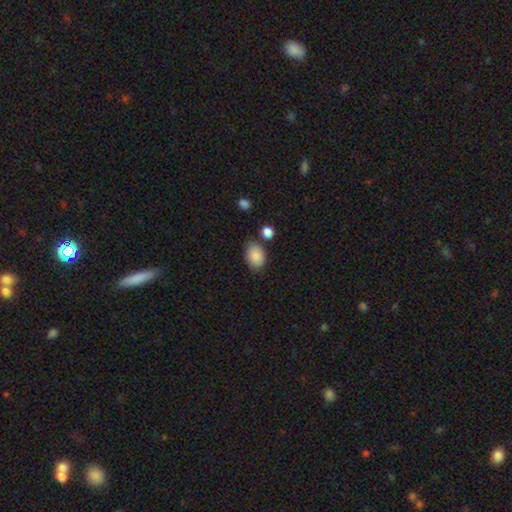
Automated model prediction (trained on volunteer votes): Q: Smooth or featured?
A: smooth (87%); runner-up: star or artifact (8%)
Q: How rounded?
A: in between (80%); runner-up: round (19%)
Q: Merging?
A: none (72%); runner-up: minor disturbance (18%)